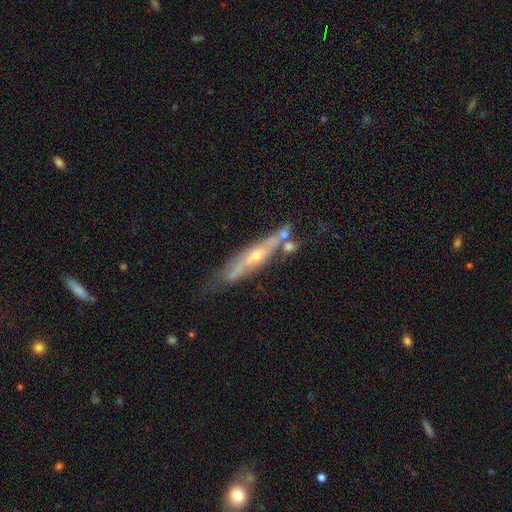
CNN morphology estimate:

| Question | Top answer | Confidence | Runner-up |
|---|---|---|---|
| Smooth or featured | featured or disk | 73% | smooth (20%) |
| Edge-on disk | yes | 77% | no (23%) |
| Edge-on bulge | rounded | 78% | none (18%) |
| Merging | none | 61% | minor disturbance (22%) |